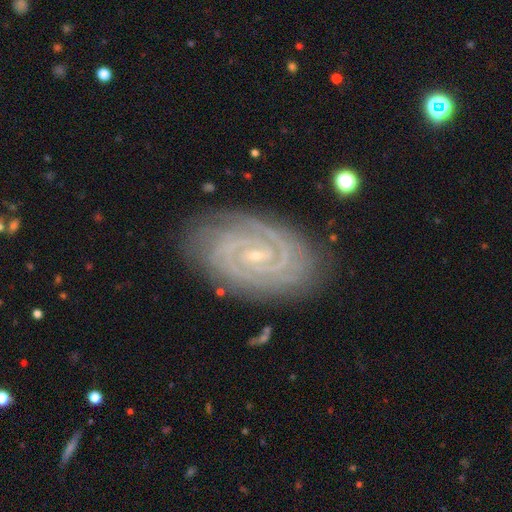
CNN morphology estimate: smooth-or-featured: featured or disk: 91% | star or artifact: 6% | smooth: 4%
  disk-edge-on: no: 97% | yes: 3%
    bar: no: 43% | weak: 41% | strong: 17%
    has-spiral-arms: yes: 98% | no: 2%
      spiral-winding: tight: 76% | medium: 21% | loose: 3%
      spiral-arm-count: 2: 65% | 3: 13% | can't tell: 9% | 4: 6% | more than 4: 4% | 1: 4%
    bulge-size: small: 81% | moderate: 15% | none: 2% | large: 1% | dominant: 1%
  merging: none: 84% | minor disturbance: 12% | major disturbance: 3% | merger: 1%